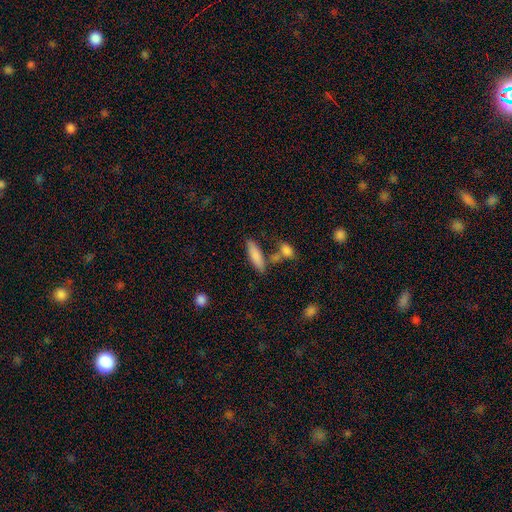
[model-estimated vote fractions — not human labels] smooth-or-featured: smooth: 82% | featured or disk: 11% | star or artifact: 6%
  how-rounded: cigar-shaped: 57% | in between: 41% | round: 2%
  merging: none: 67% | merger: 15% | minor disturbance: 13% | major disturbance: 5%